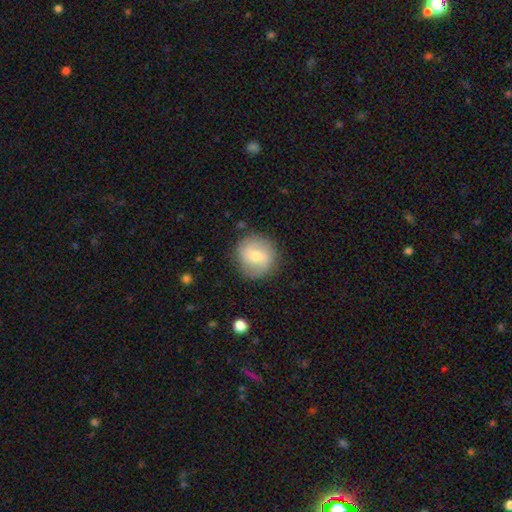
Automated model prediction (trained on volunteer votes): Morphology: type=smooth (49%); merging=none (83%).